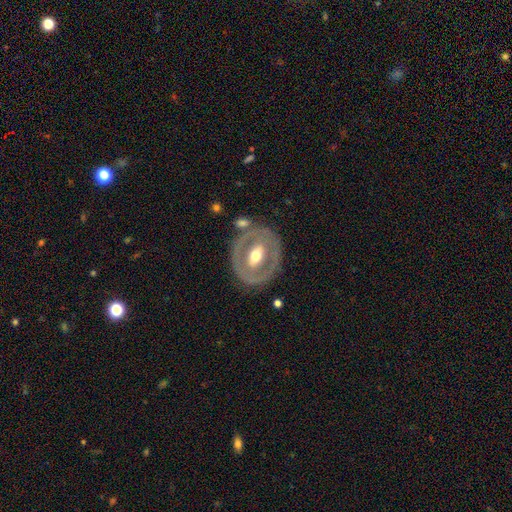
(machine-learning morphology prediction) Overall: featured or disk (66%; smooth 28%). Edge-on disk: no (92%). Bar: no (36%; weak 32%). Spiral arms: no (82%). Bulge size: moderate (72%). Merging: none (75%).